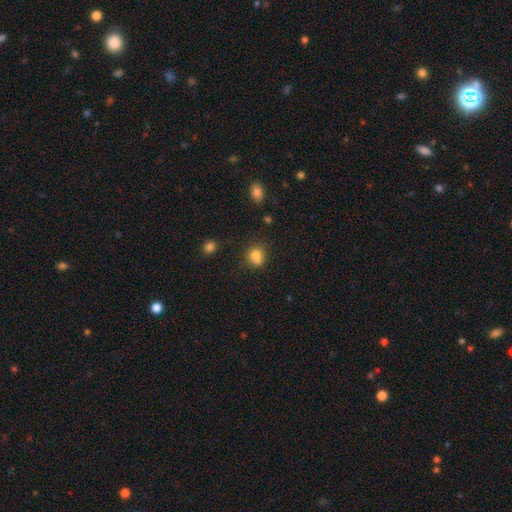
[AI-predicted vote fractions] Smooth or featured? smooth (79%)
How rounded? round (73%)
Merging? none (56%)